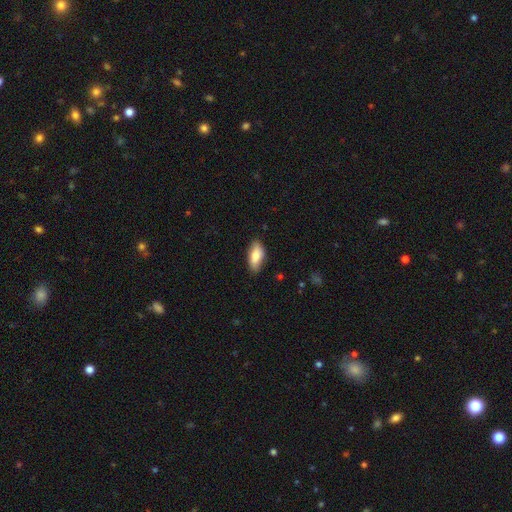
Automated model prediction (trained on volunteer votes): A smooth galaxy with no disk features (78%) that is in between round and cigar-shaped (85%). Merging: none (80%).